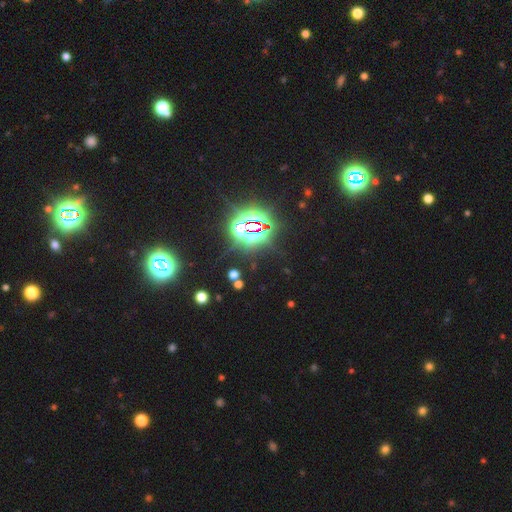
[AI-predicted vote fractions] Smooth or featured: star or artifact — 83% (smooth — 11%)